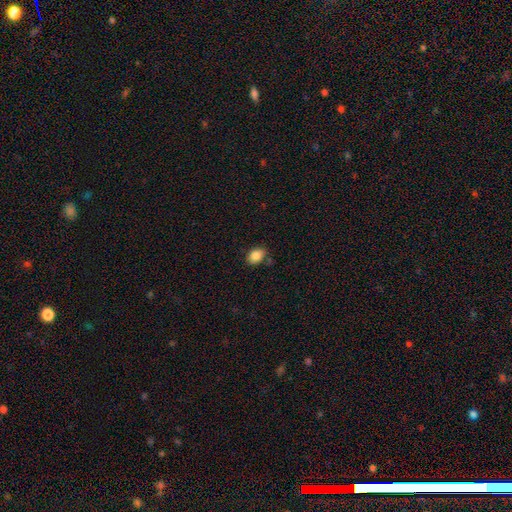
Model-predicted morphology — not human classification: Q: Smooth or featured?
A: smooth (86%); runner-up: star or artifact (9%)
Q: How rounded?
A: in between (72%); runner-up: round (27%)
Q: Merging?
A: none (76%); runner-up: minor disturbance (16%)